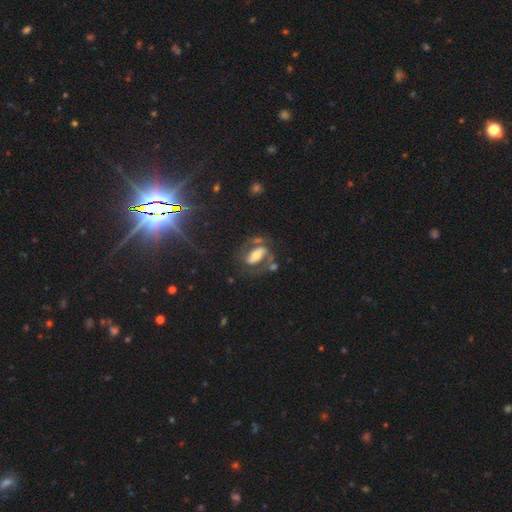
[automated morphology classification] smooth_or_featured: featured or disk (p=0.64) [alt: smooth p=0.28]
disk_edge_on: no (p=0.89) [alt: yes p=0.11]
bar: strong (p=0.44) [alt: no p=0.31]
has_spiral_arms: yes (p=0.69) [alt: no p=0.31]
bulge_size: moderate (p=0.59) [alt: small p=0.19]
merging: none (p=0.53) [alt: minor disturbance p=0.18]